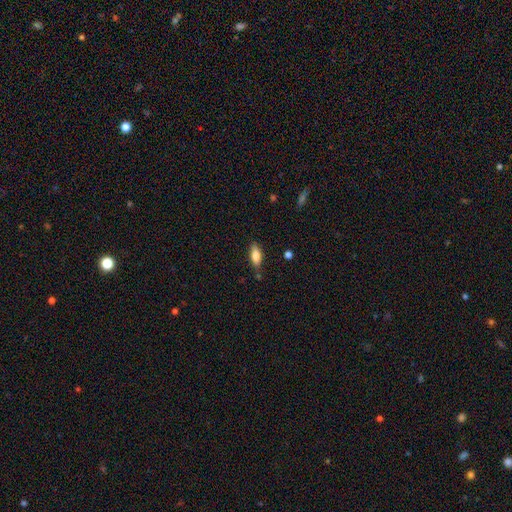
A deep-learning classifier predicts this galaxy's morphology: Smooth or featured?
  - smooth: 80% *
  - featured or disk: 13%
  - star or artifact: 7%
How rounded?
  - in between: 75% *
  - cigar-shaped: 22%
  - round: 2%
Merging?
  - none: 79% *
  - minor disturbance: 15%
  - major disturbance: 3%
  - merger: 3%